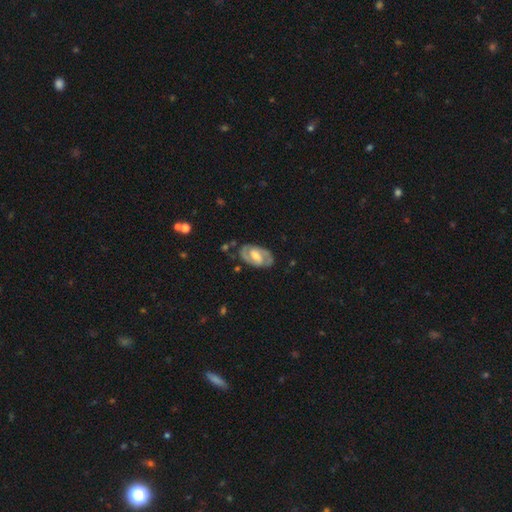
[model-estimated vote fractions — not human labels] Overall: featured or disk (81%). Edge-on disk: no (96%). Bar: weak (49%; strong 28%). Spiral arms: yes (91%). Spiral arm count: 2 (87%). Spiral winding: medium (45%; tight 43%). Bulge size: moderate (59%; small 27%). Merging: none (79%).